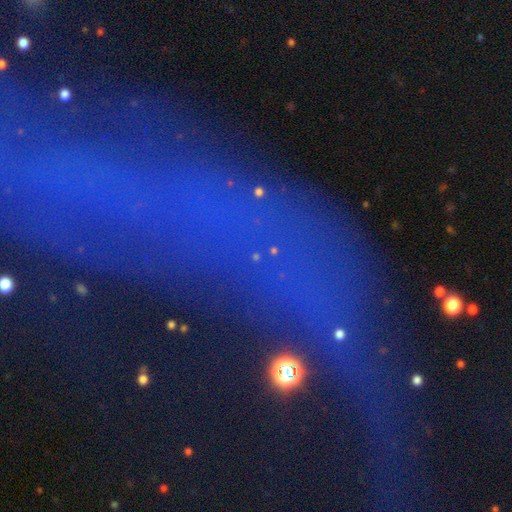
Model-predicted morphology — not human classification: A star or artifact, not a galaxy (63%).

Vote fractions:
- Smooth or featured? star or artifact: 63% / smooth: 19% / featured or disk: 18%